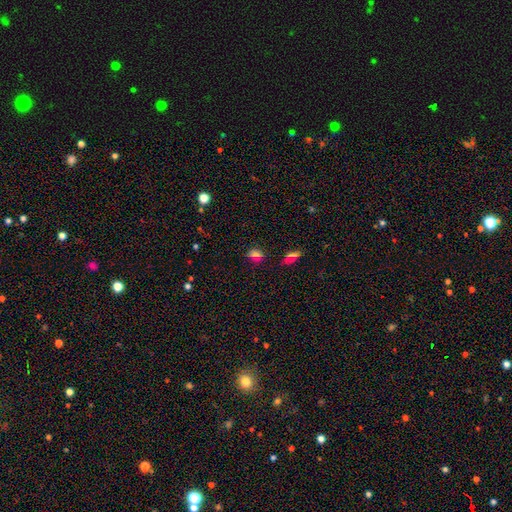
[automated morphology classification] This is likely a smooth galaxy (66%). How rounded: possibly in between (52%). Merging: clearly none (80%).